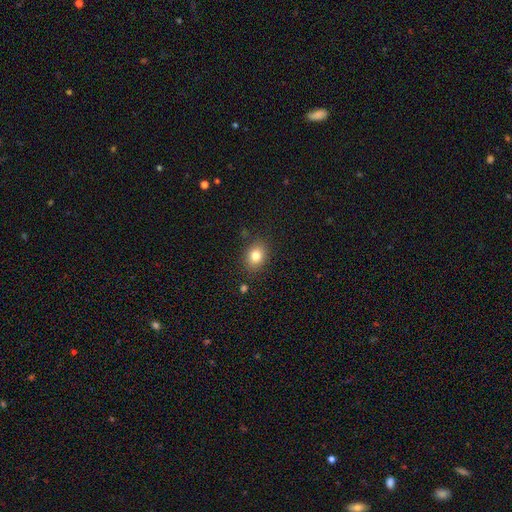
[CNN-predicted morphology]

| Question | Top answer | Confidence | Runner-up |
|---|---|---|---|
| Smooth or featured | smooth | 81% | star or artifact (10%) |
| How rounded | in between | 55% | round (44%) |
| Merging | none | 85% | minor disturbance (10%) |